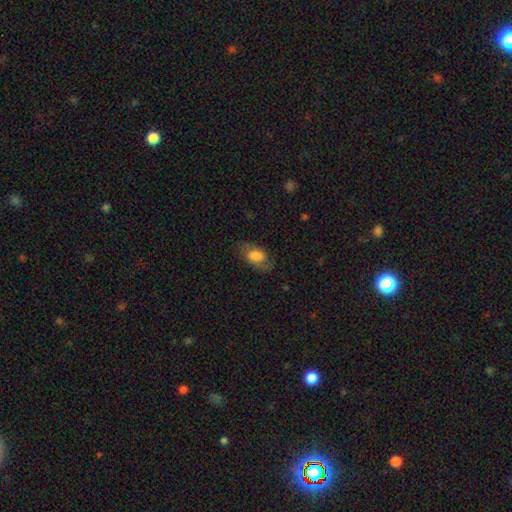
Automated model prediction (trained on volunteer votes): smooth-or-featured: smooth: 60% | featured or disk: 32% | star or artifact: 8%
  how-rounded: in between: 89% | round: 8% | cigar-shaped: 3%
  merging: none: 70% | minor disturbance: 18% | major disturbance: 10% | merger: 1%